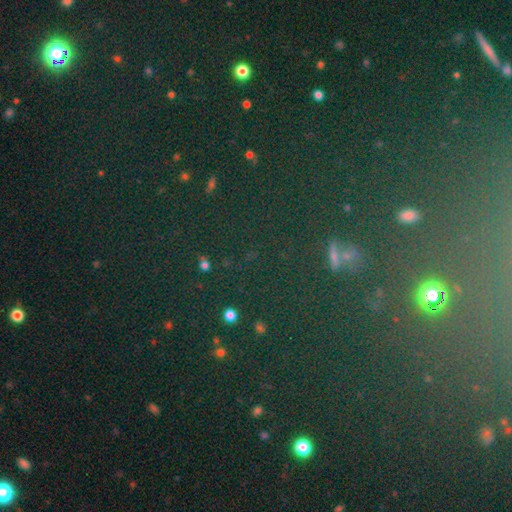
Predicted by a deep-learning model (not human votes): The model was most divided on "smooth or featured": star or artifact: 72%, smooth: 18%, featured or disk: 10%.